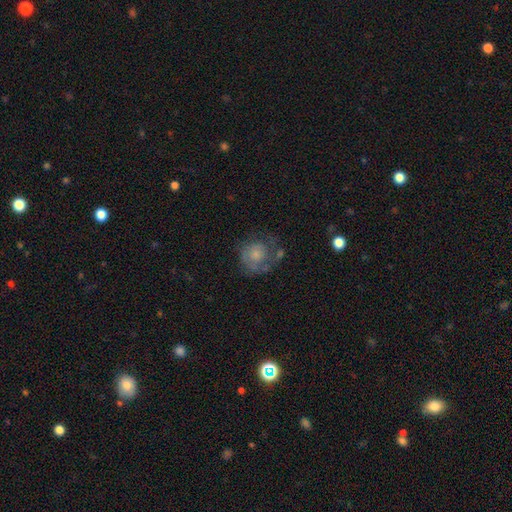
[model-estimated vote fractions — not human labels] A featured or disk galaxy (49%). Merging: none (47%).